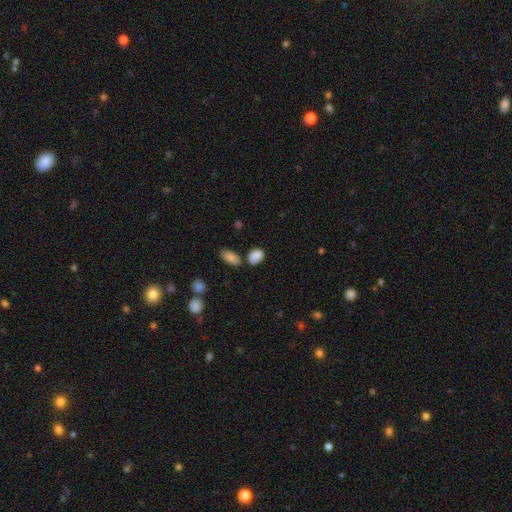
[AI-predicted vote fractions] A smooth galaxy with no disk features (86%) that is in between round and cigar-shaped (82%). Merging: none (62%).